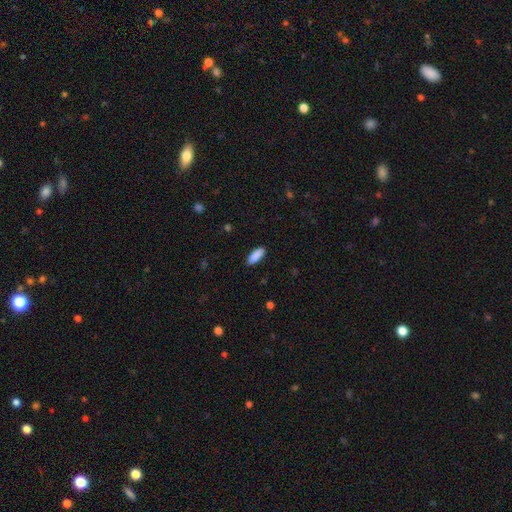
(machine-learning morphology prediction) smooth-or-featured: smooth: 90% | star or artifact: 6% | featured or disk: 4%
  how-rounded: in between: 67% | cigar-shaped: 32% | round: 2%
  merging: none: 89% | minor disturbance: 8% | major disturbance: 2% | merger: 1%